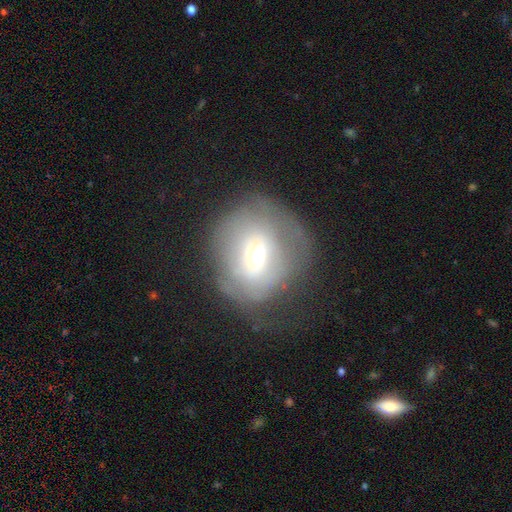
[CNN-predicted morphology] smooth-or-featured: smooth: 45% | featured or disk: 44% | star or artifact: 11%
  merging: none: 42% | major disturbance: 29% | minor disturbance: 26% | merger: 2%